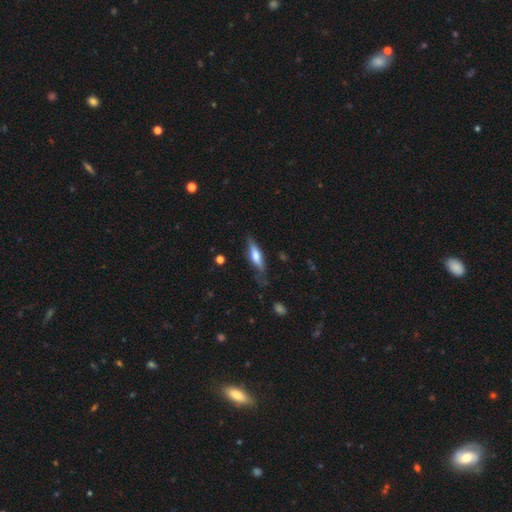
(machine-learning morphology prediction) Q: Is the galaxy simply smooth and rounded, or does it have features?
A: smooth — 49%.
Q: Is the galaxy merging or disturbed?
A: none — 67%.